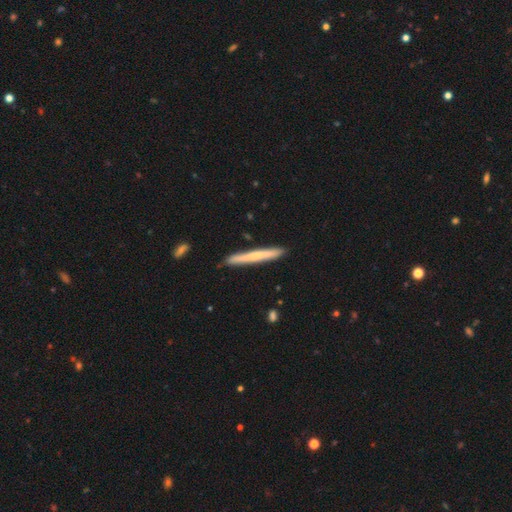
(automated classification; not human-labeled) This appears to be a smooth galaxy with no disk features (59%) that is cigar-shaped (97%). Merging: none (90%).